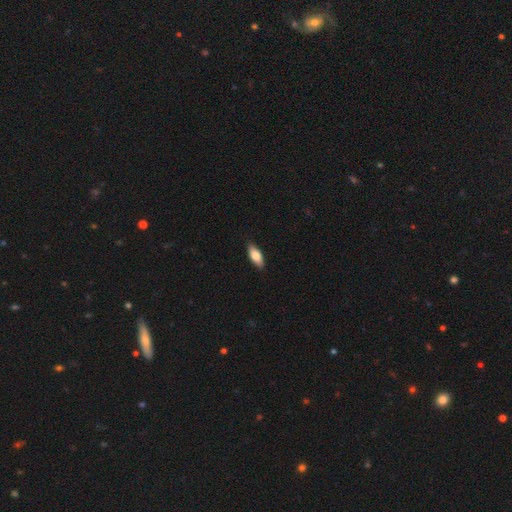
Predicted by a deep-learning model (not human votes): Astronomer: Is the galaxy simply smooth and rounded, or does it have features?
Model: smooth — 76%.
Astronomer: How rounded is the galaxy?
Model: in between — 79%.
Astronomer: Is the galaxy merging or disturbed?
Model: none — 87%.